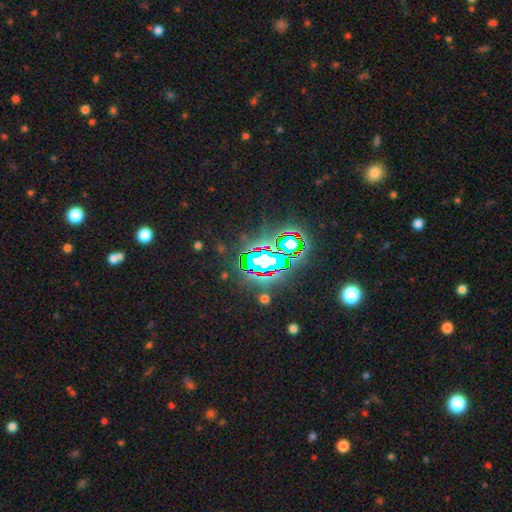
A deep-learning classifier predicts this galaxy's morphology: Smooth or featured? star or artifact (82%)